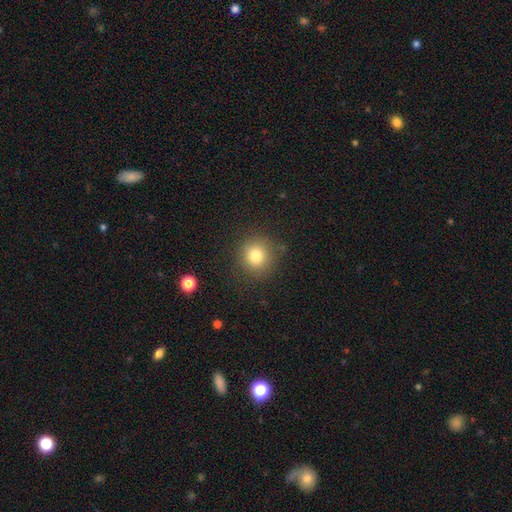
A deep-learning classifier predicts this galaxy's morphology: A smooth galaxy with no disk features (79%) that is round (91%). Merging: none (86%).